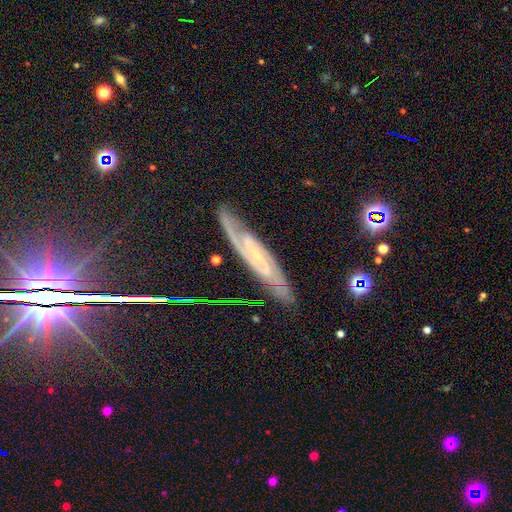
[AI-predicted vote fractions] Morphology: type=featured or disk (80%); edge-on=no (71%); bar=no (45%); spiral arms=yes (96%); winding=tight (48%); arm count=2 (65%); bulge=small (77%); merging=none (80%).